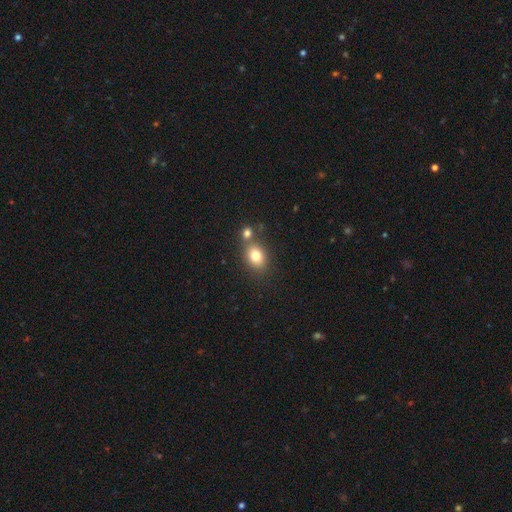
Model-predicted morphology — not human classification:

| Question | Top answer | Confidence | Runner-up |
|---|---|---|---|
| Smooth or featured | smooth | 79% | star or artifact (11%) |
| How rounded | in between | 63% | round (36%) |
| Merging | none | 58% | merger (27%) |